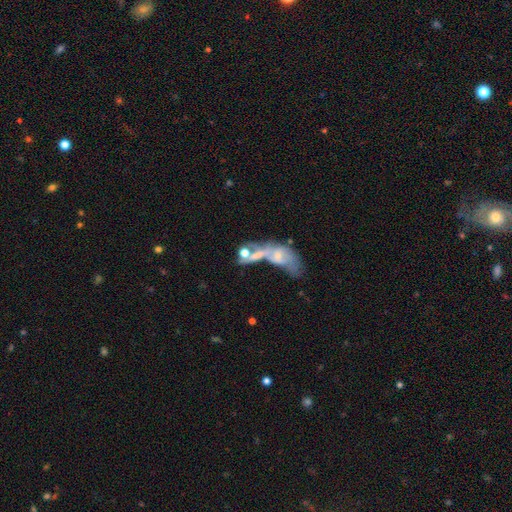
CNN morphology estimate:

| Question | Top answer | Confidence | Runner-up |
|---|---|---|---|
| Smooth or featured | featured or disk | 45% | smooth (42%) |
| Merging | merger | 63% | major disturbance (17%) |